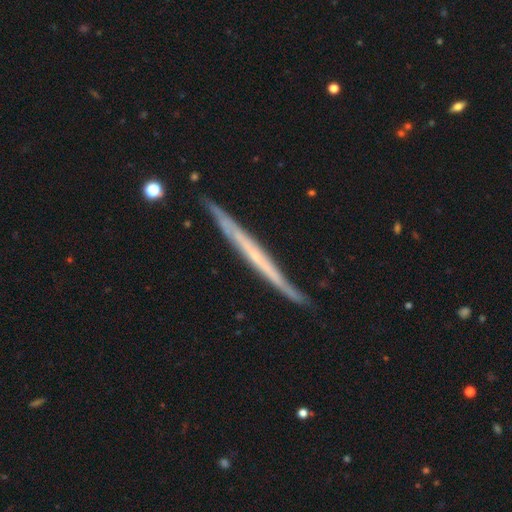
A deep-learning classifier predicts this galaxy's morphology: A featured or disk galaxy (71%) viewed edge-on (95%) with no central bulge (83%). Merging: none (83%).